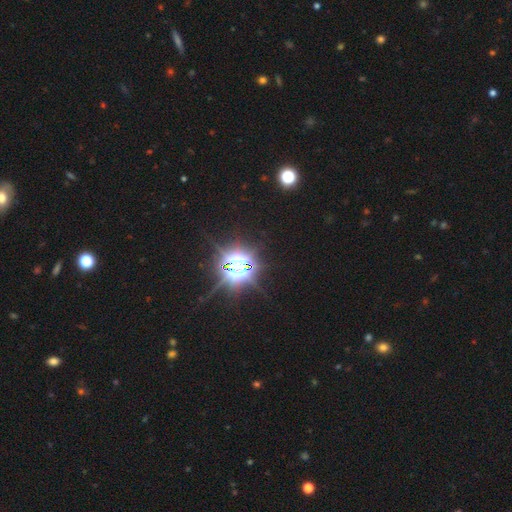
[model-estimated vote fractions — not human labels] Smooth or featured? star or artifact (85%)